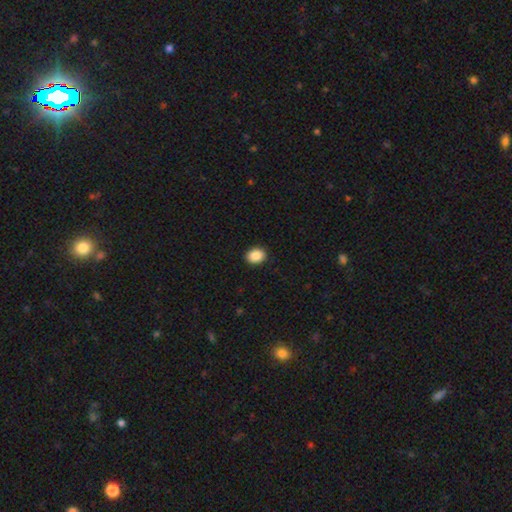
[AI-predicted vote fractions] Smooth or featured? smooth (89%)
How rounded? in between (52%)
Merging? none (91%)